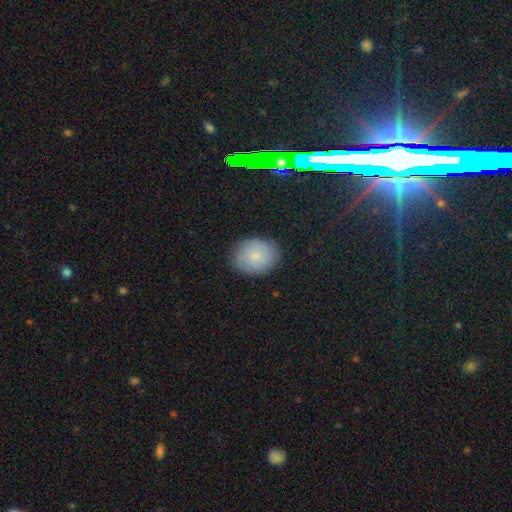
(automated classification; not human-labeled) A smooth galaxy with no disk features (74%) that is round (60%). Merging: none (86%).